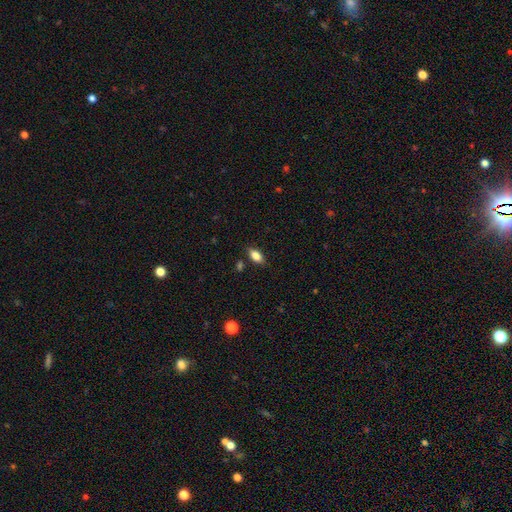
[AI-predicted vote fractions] The model was most divided on "smooth or featured": smooth: 80%, featured or disk: 12%, star or artifact: 8%. More confident: how rounded — in between (87%); merging — none (83%).